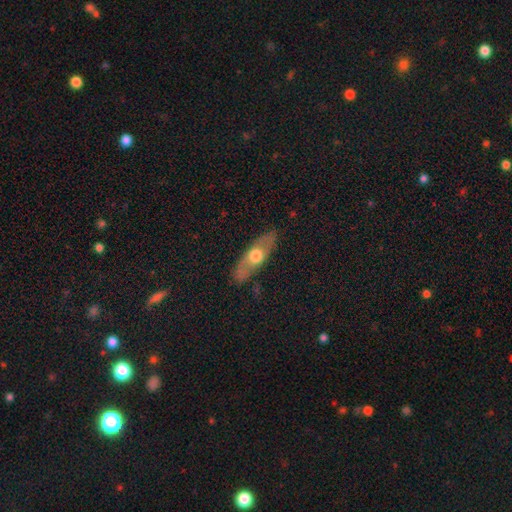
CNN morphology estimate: smooth_or_featured: smooth (p=0.49) [alt: featured or disk p=0.46]
merging: none (p=0.85) [alt: minor disturbance p=0.11]